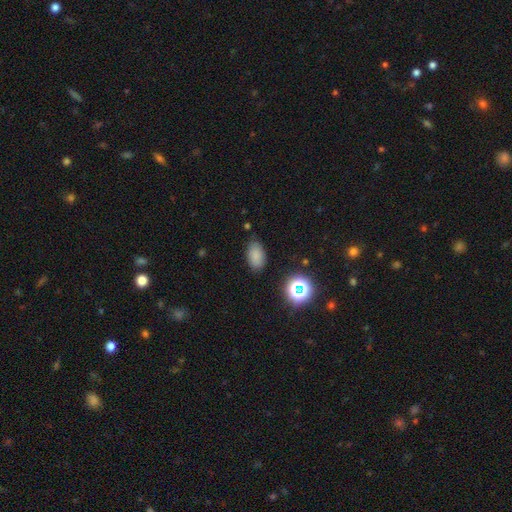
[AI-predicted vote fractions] A smooth galaxy with no disk features (79%) that is in between round and cigar-shaped (91%).

Vote fractions:
- Smooth or featured? smooth: 79% / star or artifact: 14% / featured or disk: 6%
- How rounded? in between: 91% / round: 7% / cigar-shaped: 2%
- Merging? none: 82% / minor disturbance: 13% / major disturbance: 3% / merger: 2%